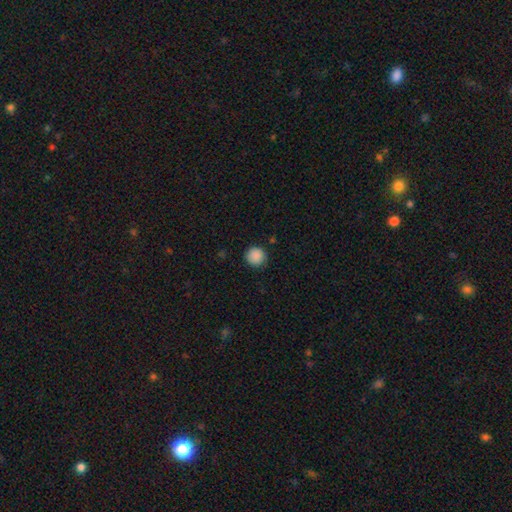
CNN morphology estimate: smooth 88%, star or artifact 9%, featured or disk 3%. Down the decision tree: how rounded — round (94%); merging — none (87%).